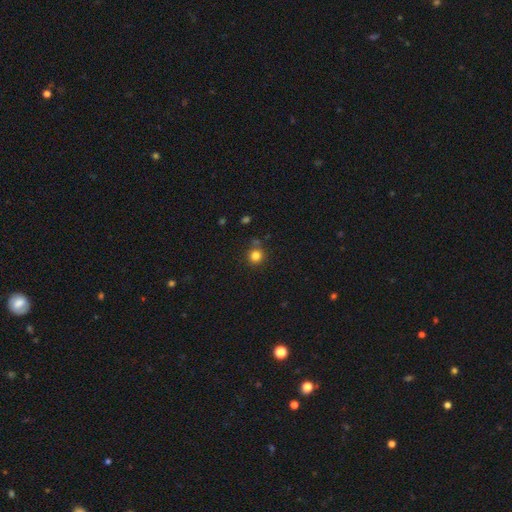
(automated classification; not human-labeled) Smooth or featured: smooth — 82% (star or artifact — 13%)
How rounded: round — 93% (in between — 6%)
Merging: none — 81% (minor disturbance — 10%)